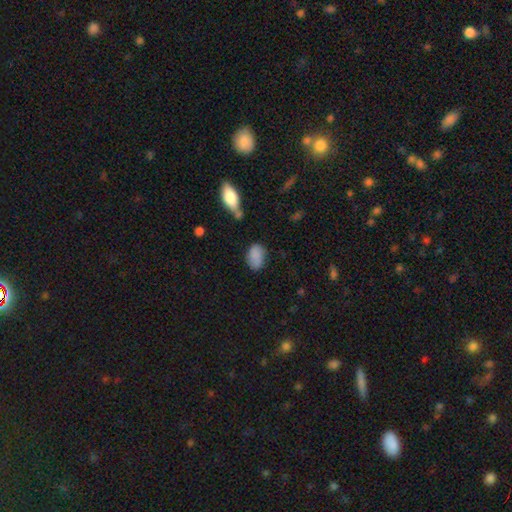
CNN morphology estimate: Overall: smooth (85%). How rounded: in between (89%). Merging: none (67%).